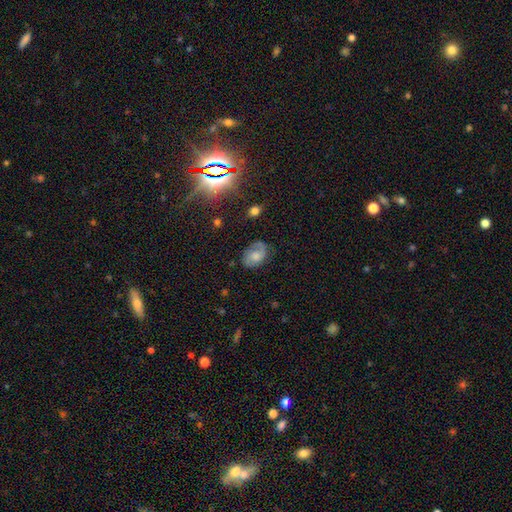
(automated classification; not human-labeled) This is possibly a smooth galaxy (50%). How rounded: likely in between (75%). Merging: likely none (63%).